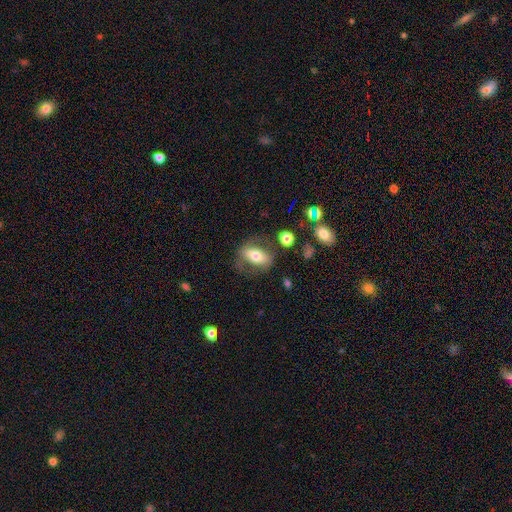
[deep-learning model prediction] smooth_or_featured: smooth (p=0.54) [alt: featured or disk p=0.38]
how_rounded: in between (p=0.82) [alt: round p=0.10]
merging: none (p=0.66) [alt: minor disturbance p=0.18]